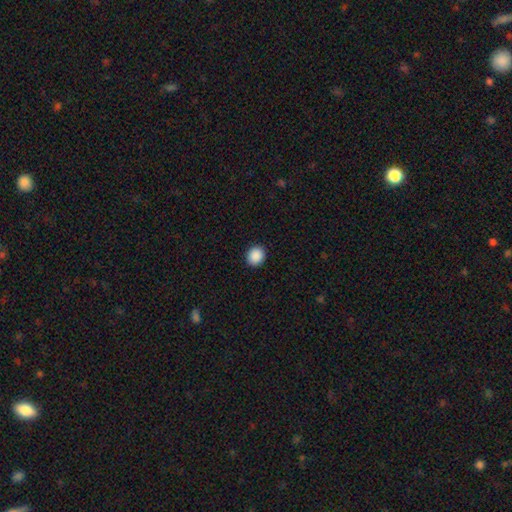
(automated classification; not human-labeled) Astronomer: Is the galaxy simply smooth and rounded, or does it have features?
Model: smooth — 90%.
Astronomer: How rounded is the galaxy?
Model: round — 80%.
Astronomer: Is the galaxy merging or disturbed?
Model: none — 92%.